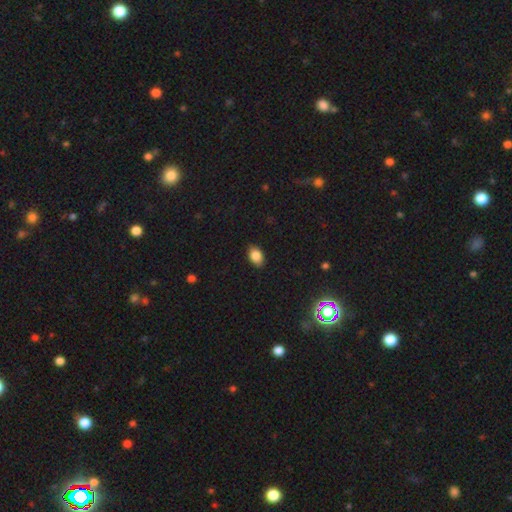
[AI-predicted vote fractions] smooth 85%, star or artifact 9%, featured or disk 6%. Down the decision tree: how rounded — in between (86%); merging — none (87%).